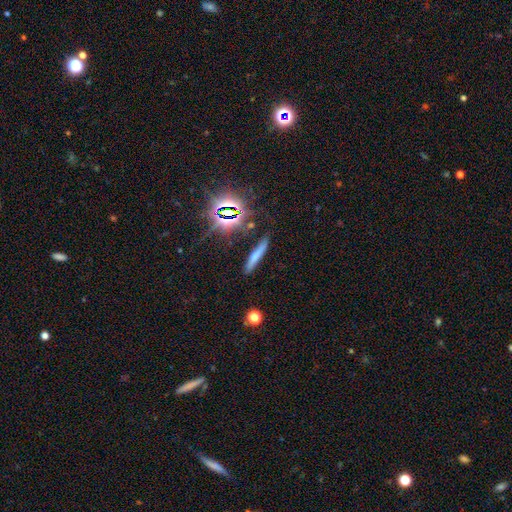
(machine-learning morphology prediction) Smooth or featured: smooth — 53% (featured or disk — 28%)
How rounded: cigar-shaped — 89% (in between — 7%)
Merging: none — 81% (minor disturbance — 12%)